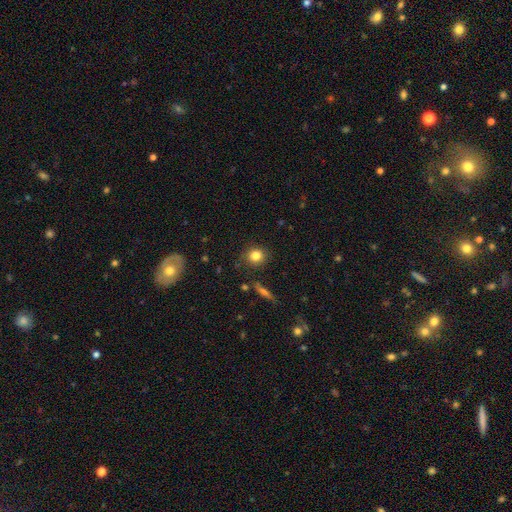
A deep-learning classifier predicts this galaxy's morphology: The model was most divided on "smooth or featured": smooth: 82%, star or artifact: 11%, featured or disk: 7%. More confident: how rounded — round (87%); merging — none (86%).